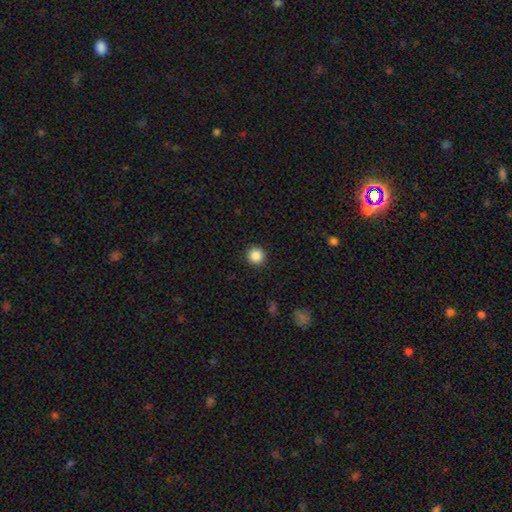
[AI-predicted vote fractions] Morphology: type=smooth (87%); roundness=round (95%); merging=none (93%).